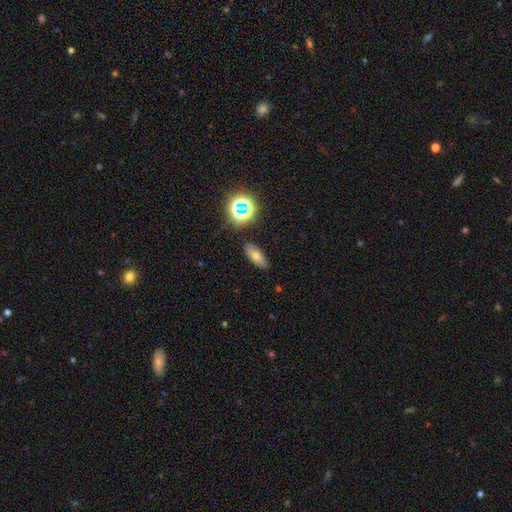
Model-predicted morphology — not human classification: smooth_or_featured: smooth (p=0.58) [alt: star or artifact p=0.22]
how_rounded: in between (p=0.73) [alt: cigar-shaped p=0.18]
merging: none (p=0.87) [alt: minor disturbance p=0.09]